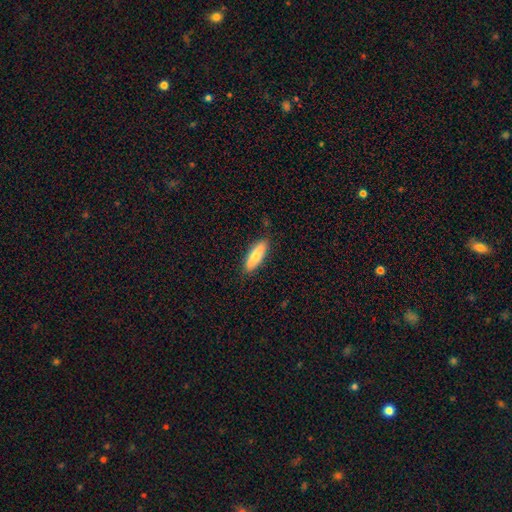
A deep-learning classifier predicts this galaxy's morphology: Smooth or featured? smooth (75%)
How rounded? cigar-shaped (53%)
Merging? none (87%)